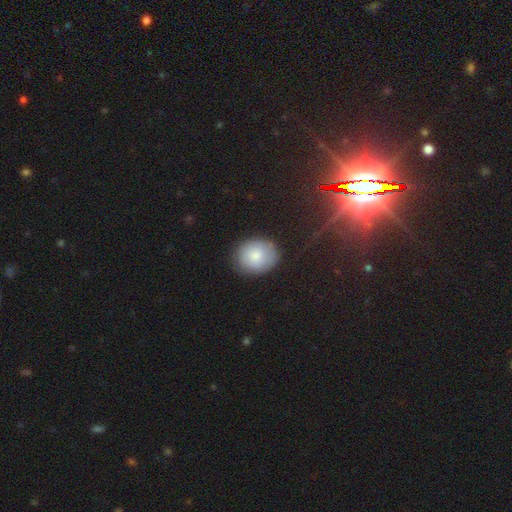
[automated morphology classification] Smooth or featured: smooth — 82% (featured or disk — 11%)
How rounded: round — 65% (in between — 34%)
Merging: none — 81% (minor disturbance — 14%)